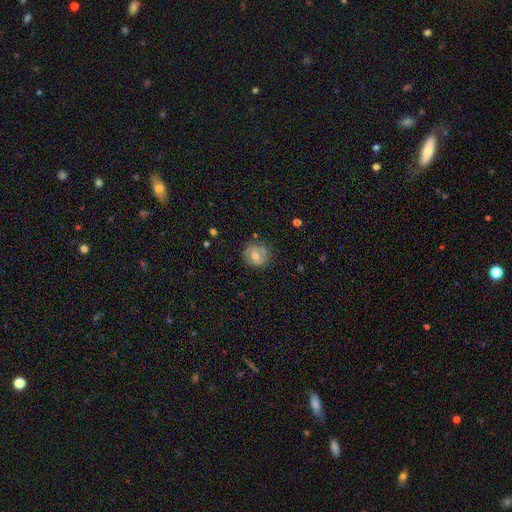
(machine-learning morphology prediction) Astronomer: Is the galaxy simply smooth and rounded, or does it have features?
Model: smooth — 55% (runner-up: featured or disk, 33%).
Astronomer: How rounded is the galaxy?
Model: round — 89%.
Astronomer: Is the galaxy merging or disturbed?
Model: none — 80%.